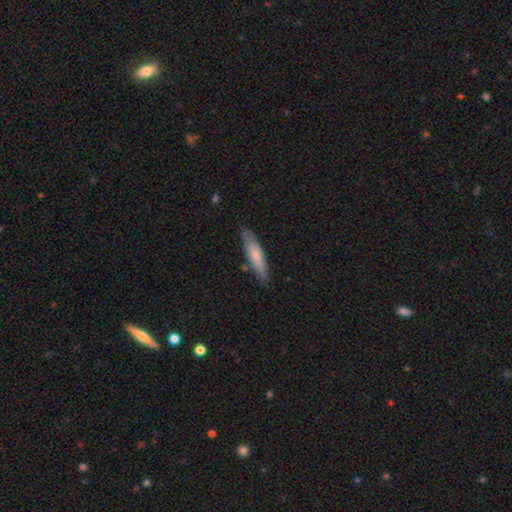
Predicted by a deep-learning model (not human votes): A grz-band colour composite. It shows a smooth galaxy with no disk features (69%) that is cigar-shaped (78%). Merging: none (82%).